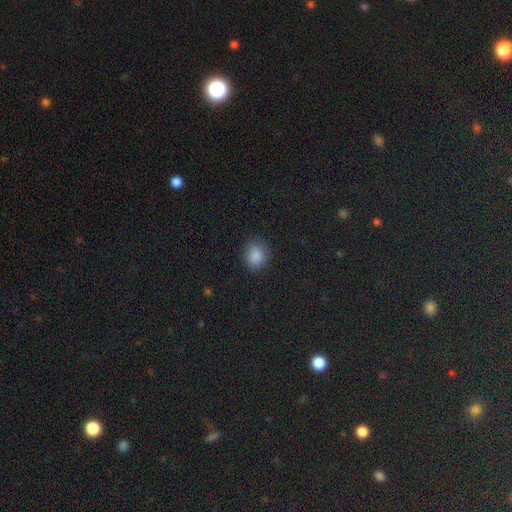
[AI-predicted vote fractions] Overall: smooth (85%). How rounded: round (64%; in between 35%). Merging: none (79%).